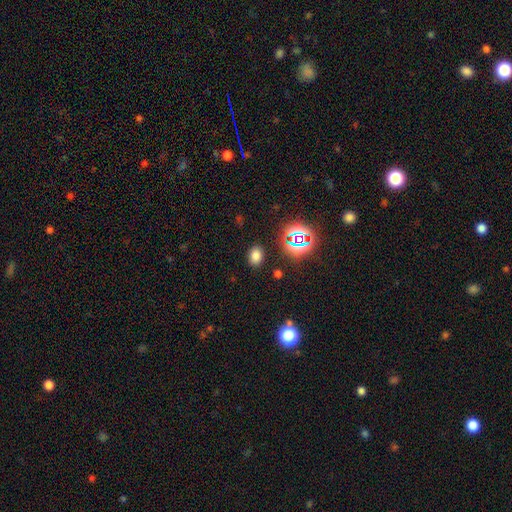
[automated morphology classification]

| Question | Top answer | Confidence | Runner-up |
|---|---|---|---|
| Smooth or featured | smooth | 72% | star or artifact (22%) |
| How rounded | in between | 75% | round (24%) |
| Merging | none | 86% | minor disturbance (9%) |